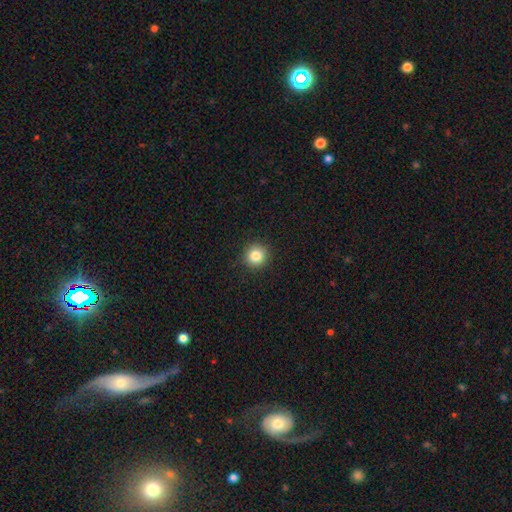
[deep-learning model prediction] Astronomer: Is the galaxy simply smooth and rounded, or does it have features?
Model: smooth — 84%.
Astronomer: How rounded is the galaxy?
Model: round — 94%.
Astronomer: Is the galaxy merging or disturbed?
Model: none — 92%.